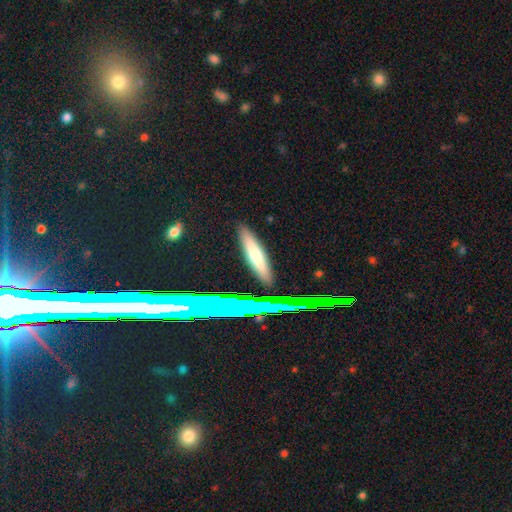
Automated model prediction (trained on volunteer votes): A smooth galaxy with no disk features (60%) that is cigar-shaped (80%).

Vote fractions:
- Smooth or featured? smooth: 60% / featured or disk: 32% / star or artifact: 8%
- How rounded? cigar-shaped: 80% / in between: 18% / round: 2%
- Merging? none: 88% / minor disturbance: 8% / merger: 2% / major disturbance: 2%